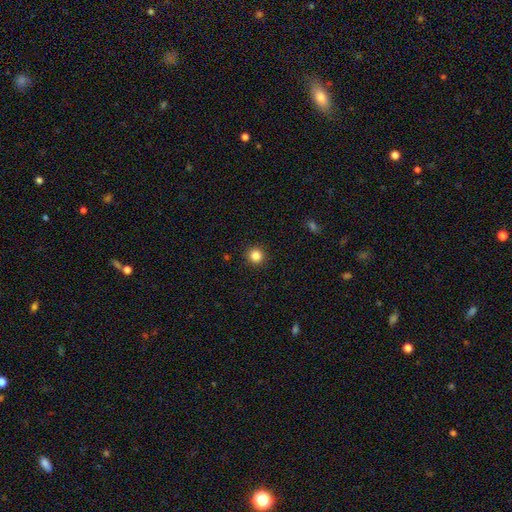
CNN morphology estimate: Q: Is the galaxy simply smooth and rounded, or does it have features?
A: smooth — 85%.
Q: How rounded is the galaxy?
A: round — 94%.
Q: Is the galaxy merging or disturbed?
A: none — 93%.